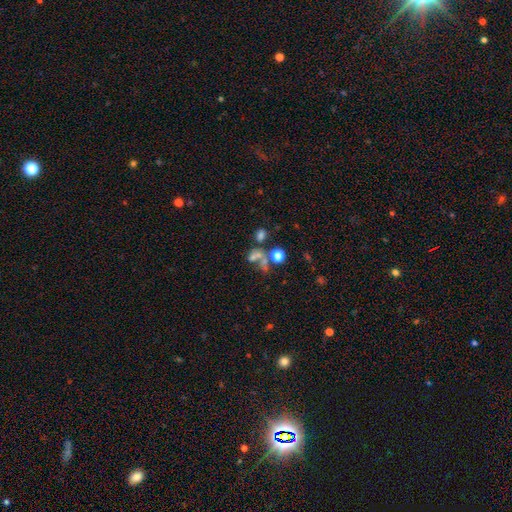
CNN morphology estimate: Smooth or featured? smooth (42%)
Merging? merger (40%)